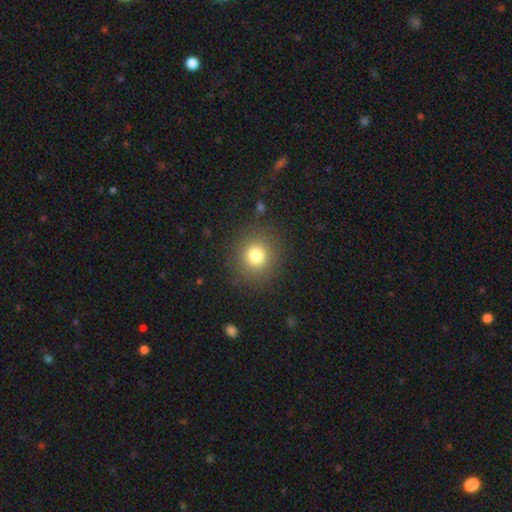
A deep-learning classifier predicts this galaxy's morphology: Overall: smooth (78%). How rounded: round (90%). Merging: none (87%).